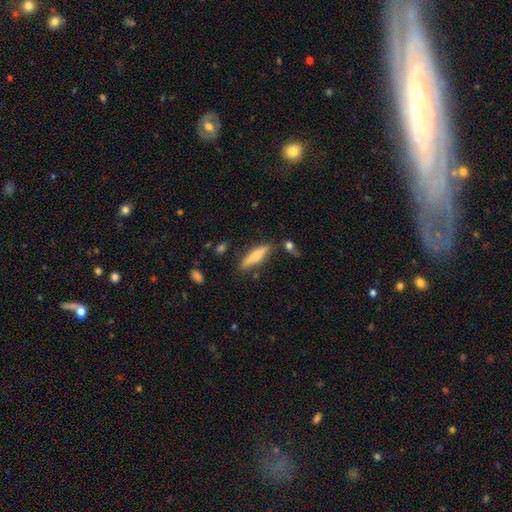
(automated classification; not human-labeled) smooth_or_featured: smooth (p=0.63) [alt: featured or disk p=0.30]
how_rounded: cigar-shaped (p=0.72) [alt: in between p=0.26]
merging: none (p=0.75) [alt: minor disturbance p=0.15]